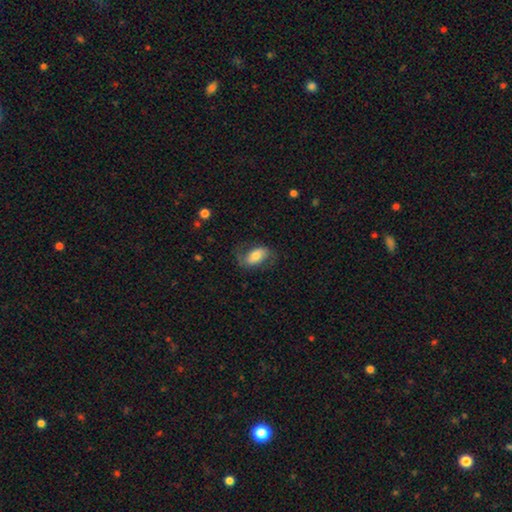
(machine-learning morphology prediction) Q: Smooth or featured?
A: smooth (54%); runner-up: featured or disk (39%)
Q: How rounded?
A: in between (89%); runner-up: round (8%)
Q: Merging?
A: none (63%); runner-up: minor disturbance (21%)